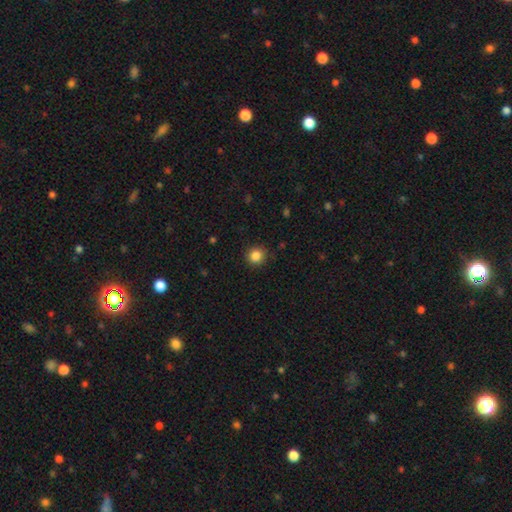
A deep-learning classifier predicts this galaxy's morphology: This appears to be a smooth galaxy with no disk features (85%) that is round (93%). Merging: none (89%).